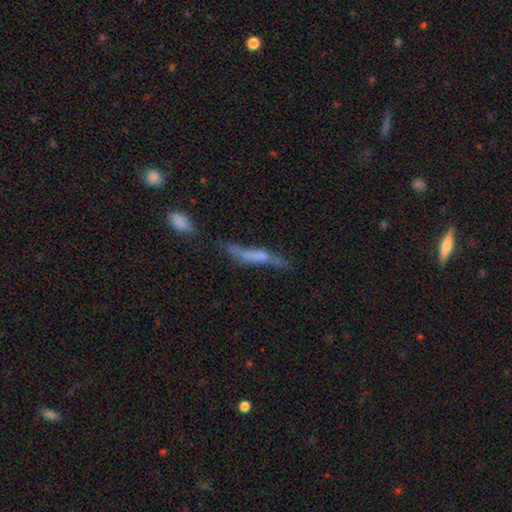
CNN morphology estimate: Smooth or featured? Predicted: featured or disk (p=0.48). Merging? Predicted: none (p=0.43).